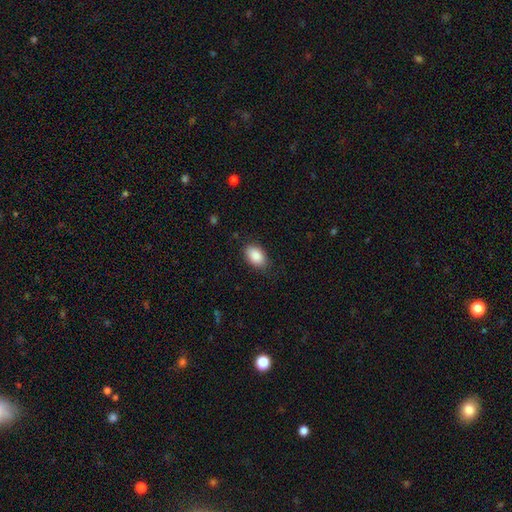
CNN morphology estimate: smooth 88%, star or artifact 7%, featured or disk 5%. Down the decision tree: how rounded — in between (91%); merging — none (82%).